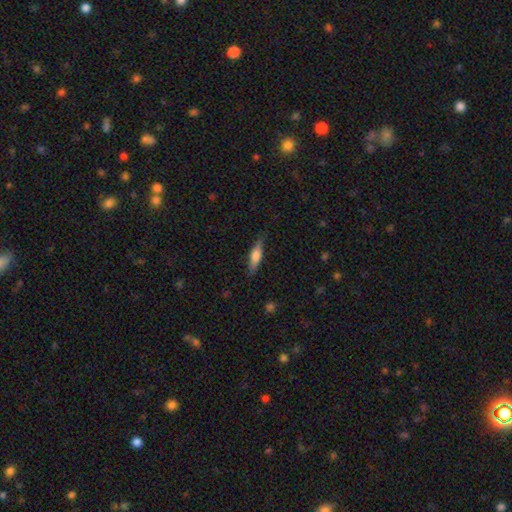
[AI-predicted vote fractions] Overall: smooth (64%; featured or disk 30%). How rounded: cigar-shaped (68%; in between 30%). Merging: none (82%).